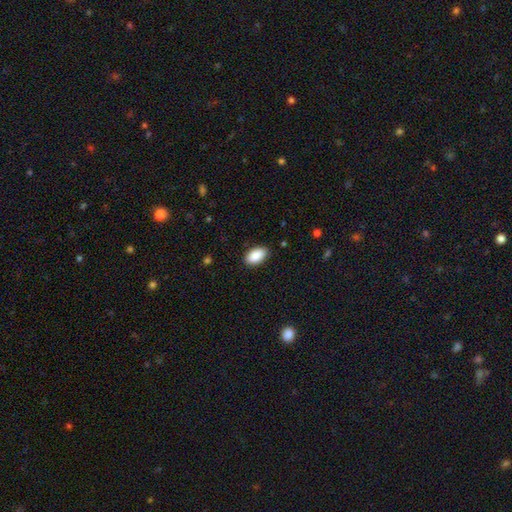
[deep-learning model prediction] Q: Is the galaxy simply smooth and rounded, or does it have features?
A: smooth — 89%.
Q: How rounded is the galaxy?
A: in between — 95%.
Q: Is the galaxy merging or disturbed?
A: none — 87%.